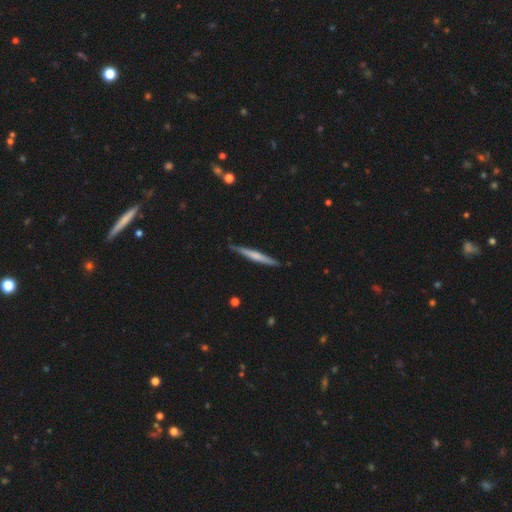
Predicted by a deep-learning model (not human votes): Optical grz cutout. It shows a featured or disk galaxy (49%). Merging: none (88%).